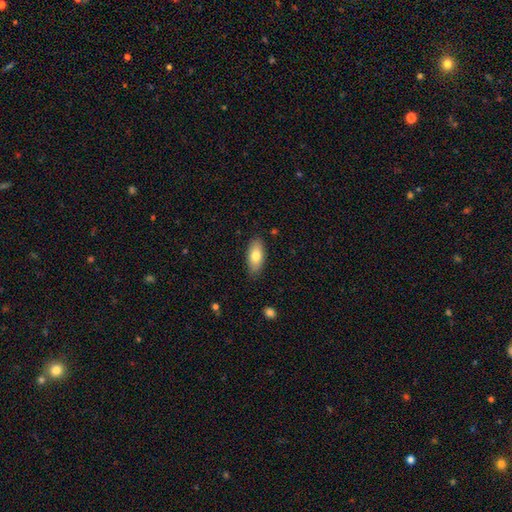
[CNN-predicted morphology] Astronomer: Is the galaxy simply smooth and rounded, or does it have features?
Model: smooth — 76%.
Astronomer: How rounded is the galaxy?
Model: in between — 88%.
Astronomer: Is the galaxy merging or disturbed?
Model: none — 85%.